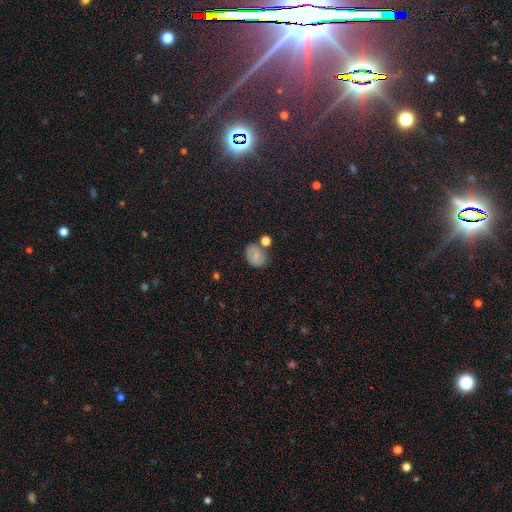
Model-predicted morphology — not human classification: smooth 69%, featured or disk 18%, star or artifact 12%. Down the decision tree: how rounded — in between (61%); merging — none (65%).